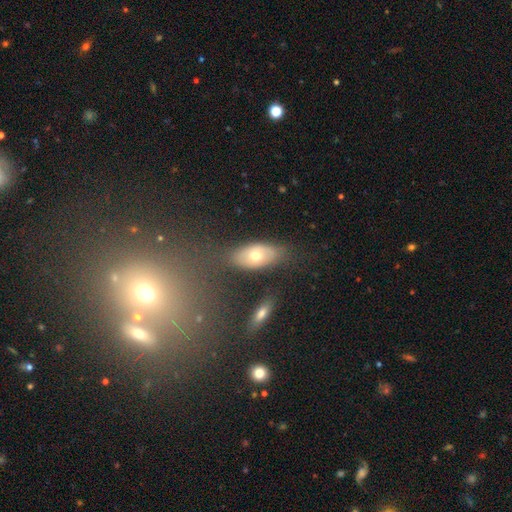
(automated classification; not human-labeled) smooth_or_featured: smooth (p=0.60) [alt: featured or disk p=0.32]
how_rounded: in between (p=0.88) [alt: round p=0.06]
merging: none (p=0.75) [alt: minor disturbance p=0.16]